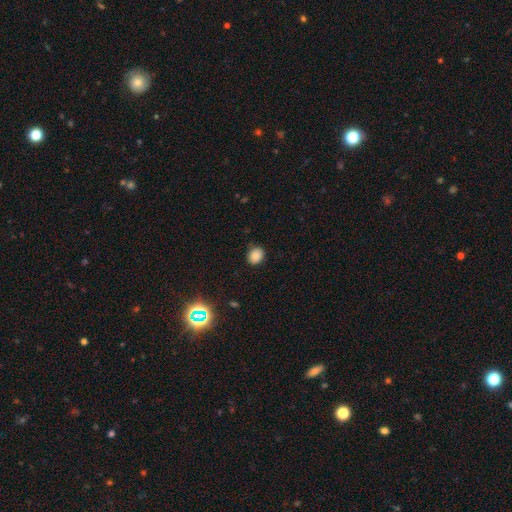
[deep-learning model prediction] Smooth or featured?
  - smooth: 84% *
  - star or artifact: 11%
  - featured or disk: 5%
How rounded?
  - round: 57% *
  - in between: 42%
  - cigar-shaped: 1%
Merging?
  - none: 84% *
  - minor disturbance: 12%
  - major disturbance: 3%
  - merger: 1%